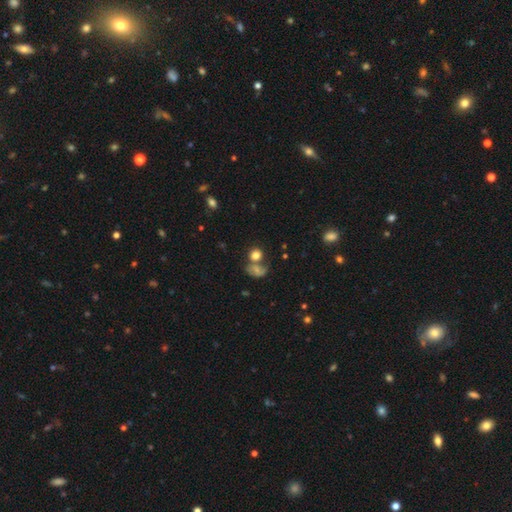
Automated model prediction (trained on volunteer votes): smooth 72%, featured or disk 14%, star or artifact 14%. Down the decision tree: how rounded — round (77%); merging — none (47%).